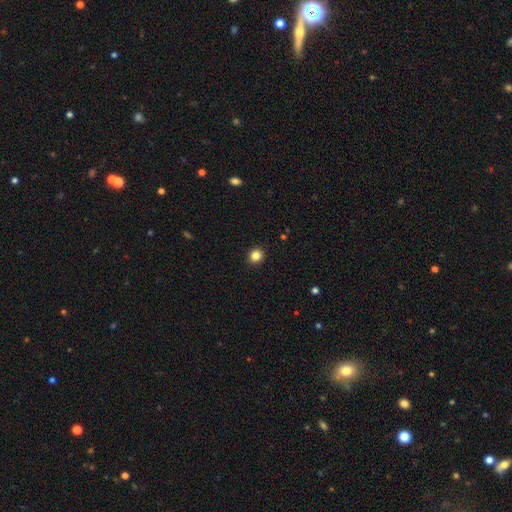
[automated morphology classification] A smooth galaxy with no disk features (85%) that is round (86%).

Vote fractions:
- Smooth or featured? smooth: 85% / star or artifact: 11% / featured or disk: 4%
- How rounded? round: 86% / in between: 13% / cigar-shaped: 1%
- Merging? none: 92% / minor disturbance: 5% / major disturbance: 2% / merger: 1%